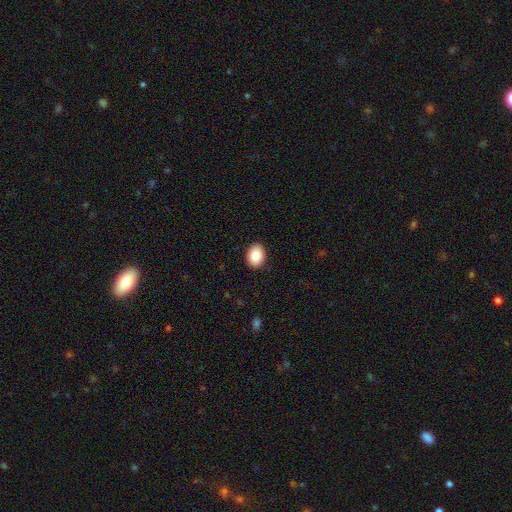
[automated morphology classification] The model was most divided on "how rounded": in between: 69%, round: 30%, cigar-shaped: 1%. More confident: merging — none (90%); smooth or featured — smooth (87%).